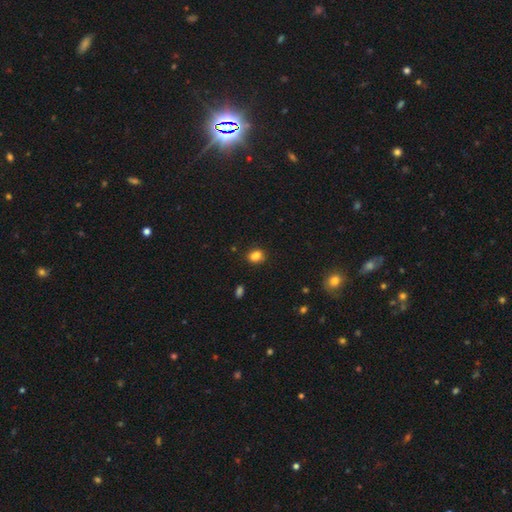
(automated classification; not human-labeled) A smooth galaxy with no disk features (83%) that is in between round and cigar-shaped (53%).

Vote fractions:
- Smooth or featured? smooth: 83% / star or artifact: 12% / featured or disk: 5%
- How rounded? in between: 53% / round: 46% / cigar-shaped: 1%
- Merging? none: 78% / minor disturbance: 14% / merger: 4% / major disturbance: 3%